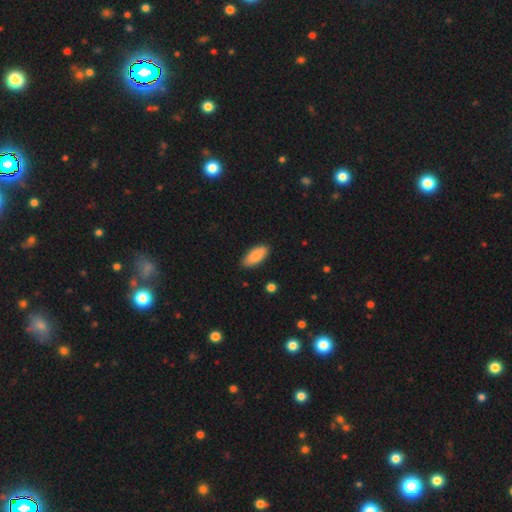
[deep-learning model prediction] This appears to be a smooth galaxy with no disk features (86%) that is in between round and cigar-shaped (82%). Merging: none (87%).